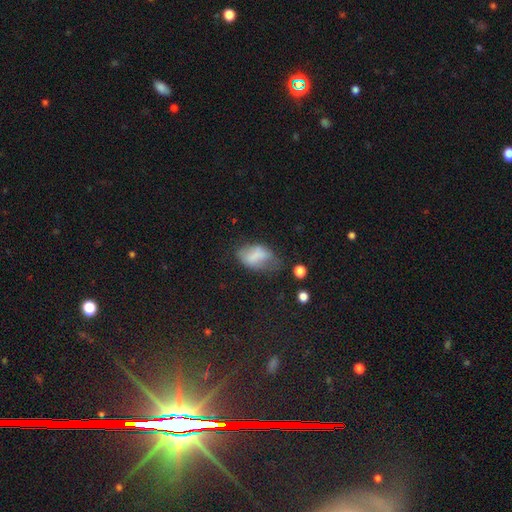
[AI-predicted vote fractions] The model was most divided on "merging": minor disturbance: 36%, none: 35%, major disturbance: 24%, merger: 5%. More confident: how rounded — in between (90%); smooth or featured — smooth (70%).